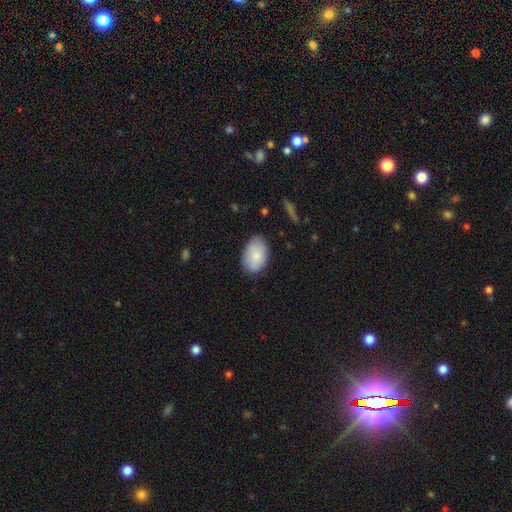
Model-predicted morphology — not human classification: smooth-or-featured: smooth: 84% | featured or disk: 10% | star or artifact: 6%
  how-rounded: in between: 90% | round: 9% | cigar-shaped: 1%
  merging: none: 81% | minor disturbance: 15% | major disturbance: 3% | merger: 1%